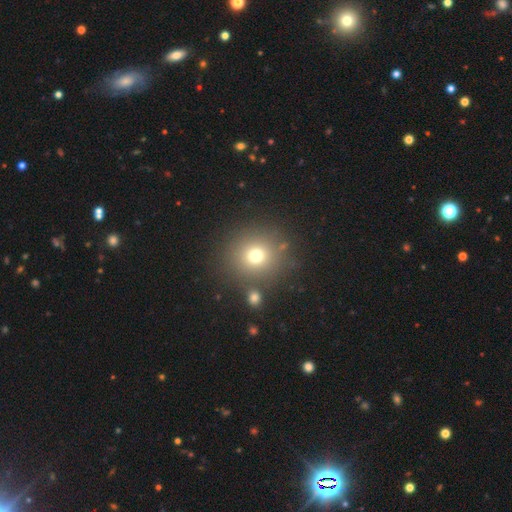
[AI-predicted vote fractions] This is likely a smooth galaxy (72%). How rounded: clearly round (91%). Merging: likely none (80%).